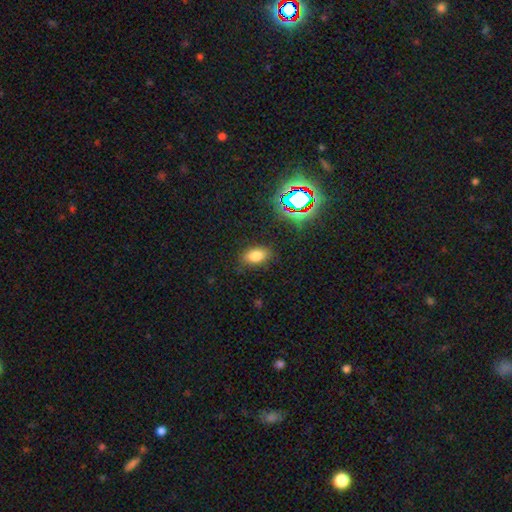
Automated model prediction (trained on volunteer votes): Smooth or featured: smooth — 76% (star or artifact — 16%)
How rounded: in between — 88% (round — 9%)
Merging: none — 84% (minor disturbance — 11%)